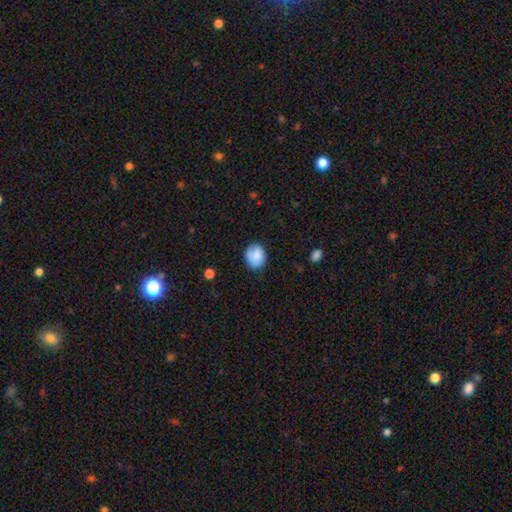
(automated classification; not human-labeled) smooth 86%, star or artifact 7%, featured or disk 7%. Down the decision tree: how rounded — round (64%); merging — none (78%).